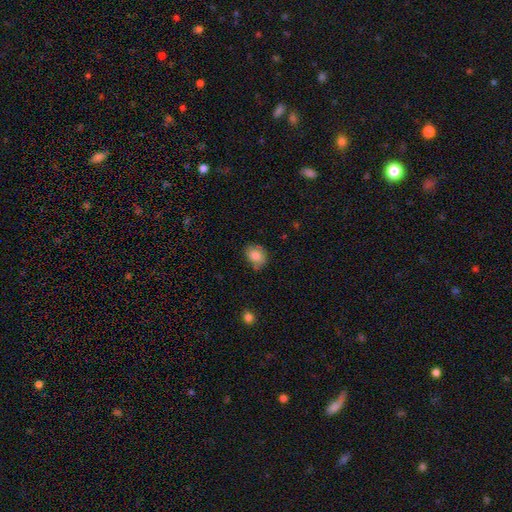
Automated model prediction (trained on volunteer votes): This appears to be a smooth galaxy with no disk features (84%) that is in between round and cigar-shaped (54%). Merging: none (66%).